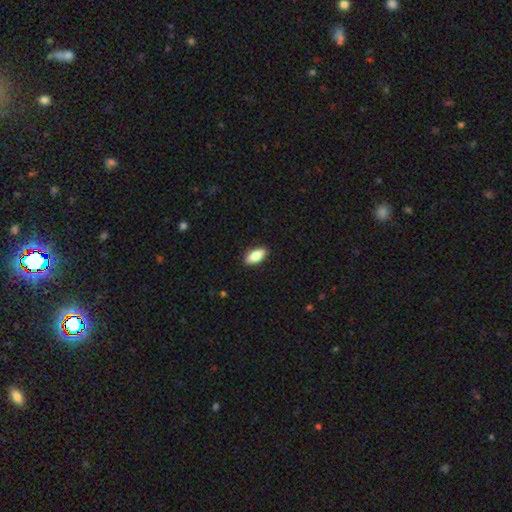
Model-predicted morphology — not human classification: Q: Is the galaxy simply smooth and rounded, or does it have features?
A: smooth — 78%.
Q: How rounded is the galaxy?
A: in between — 82%.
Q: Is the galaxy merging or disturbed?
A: none — 89%.